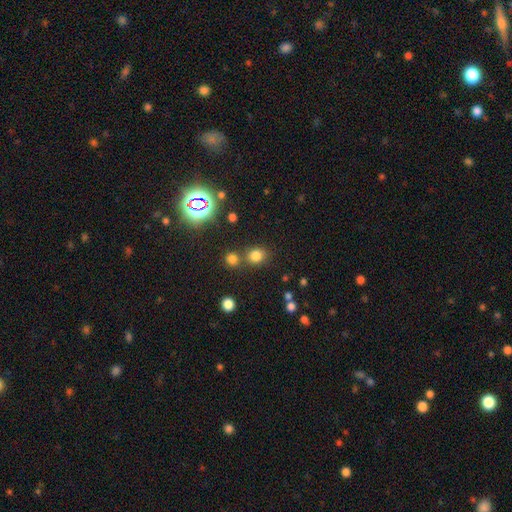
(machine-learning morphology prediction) Q: Smooth or featured?
A: smooth (75%); runner-up: star or artifact (19%)
Q: How rounded?
A: round (72%); runner-up: in between (27%)
Q: Merging?
A: none (68%); runner-up: merger (19%)